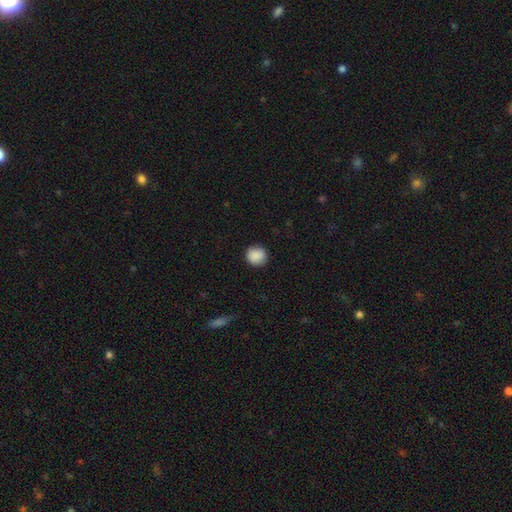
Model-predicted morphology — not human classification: Smooth or featured? smooth (89%)
How rounded? round (90%)
Merging? none (89%)